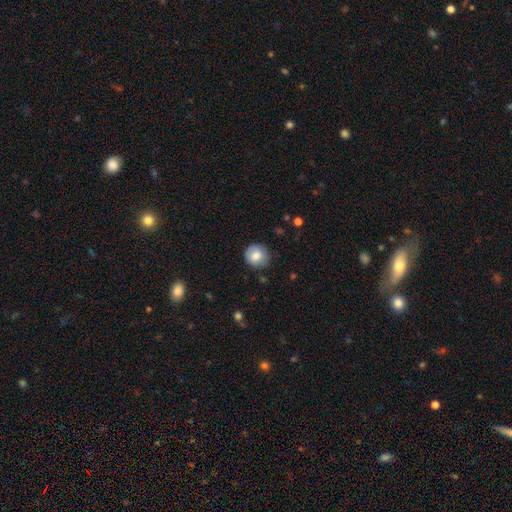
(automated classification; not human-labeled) Overall: smooth (78%). How rounded: round (88%). Merging: none (81%).